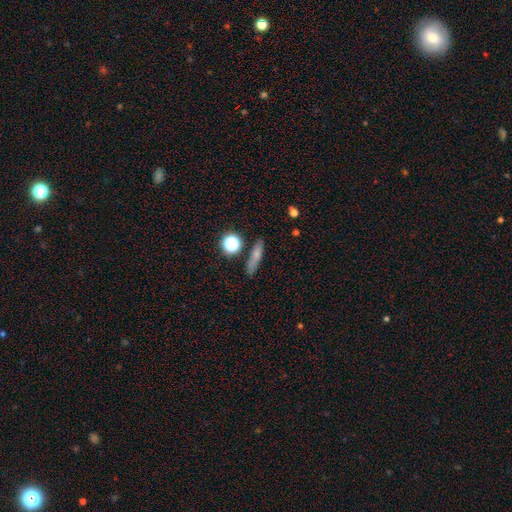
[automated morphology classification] This is likely a smooth galaxy (64%). How rounded: likely cigar-shaped (68%). Merging: clearly none (80%).